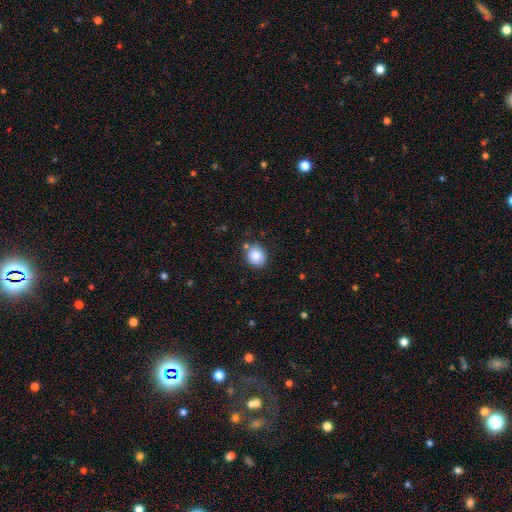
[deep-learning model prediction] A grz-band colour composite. It shows a smooth galaxy with no disk features (85%) that is round (69%). Merging: none (77%).